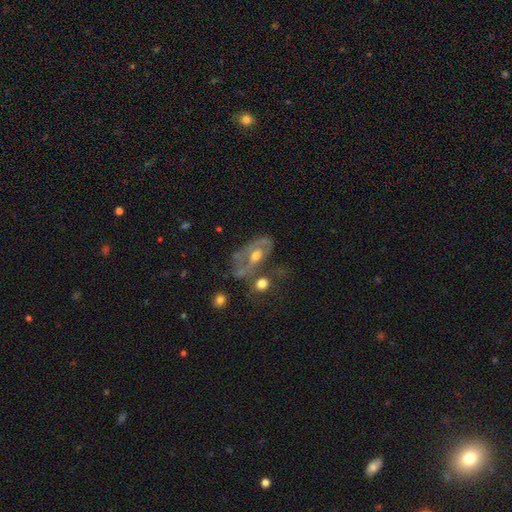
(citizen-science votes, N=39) featured or disk 59%, smooth 33%, star or artifact 8%. Down the decision tree: edge-on disk — no (91%); bar — no (67%); spiral arms — no (57%); bulge size — moderate (62%); merging — none (47%).